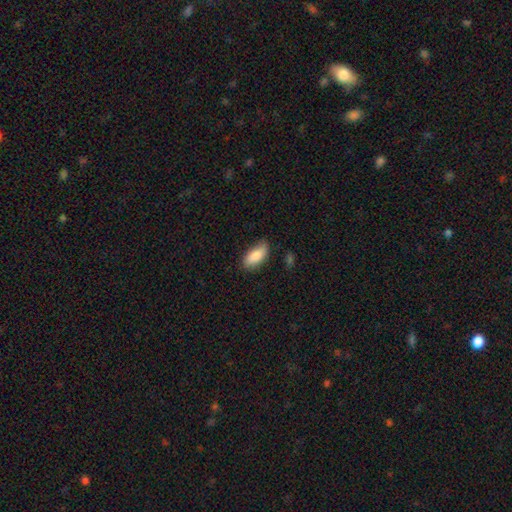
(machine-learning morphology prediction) A smooth galaxy with no disk features (85%) that is in between round and cigar-shaped (86%).

Vote fractions:
- Smooth or featured? smooth: 85% / featured or disk: 8% / star or artifact: 6%
- How rounded? in between: 86% / cigar-shaped: 11% / round: 2%
- Merging? none: 76% / minor disturbance: 19% / major disturbance: 3% / merger: 2%